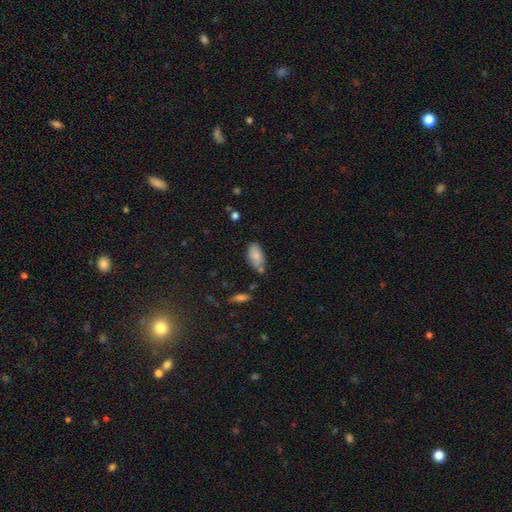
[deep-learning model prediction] A smooth galaxy with no disk features (81%) that is in between round and cigar-shaped (93%). Merging: none (58%).